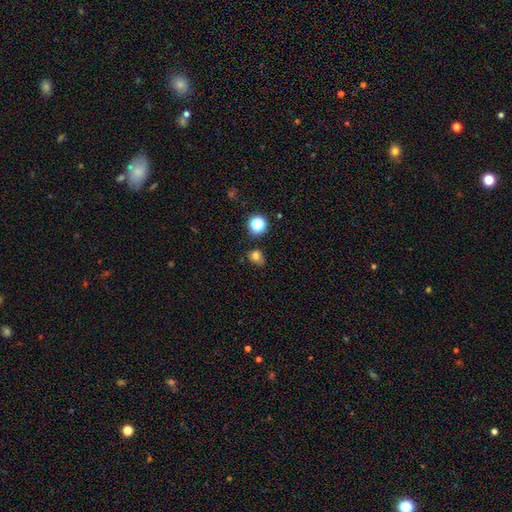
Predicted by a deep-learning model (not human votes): Smooth or featured: smooth — 70% (star or artifact — 19%)
How rounded: in between — 49% (tied with round — 49%)
Merging: none — 59% (minor disturbance — 25%)